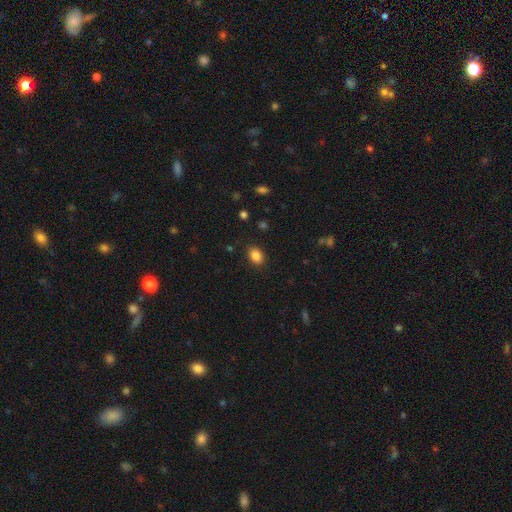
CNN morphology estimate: Overall: smooth (86%). How rounded: in between (75%). Merging: none (88%).